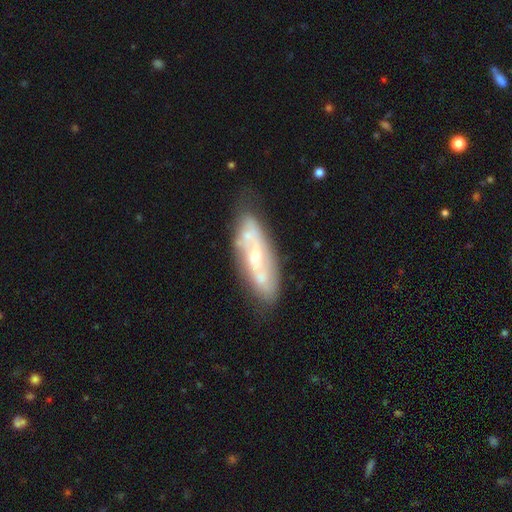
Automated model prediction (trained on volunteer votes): smooth-or-featured: featured or disk: 68% | smooth: 25% | star or artifact: 7%
  disk-edge-on: no: 82% | yes: 18%
    bar: no: 57% | weak: 32% | strong: 11%
    has-spiral-arms: yes: 69% | no: 31%
    bulge-size: small: 56% | moderate: 32% | none: 8% | large: 3% | dominant: 1%
  merging: none: 65% | minor disturbance: 21% | merger: 8% | major disturbance: 7%